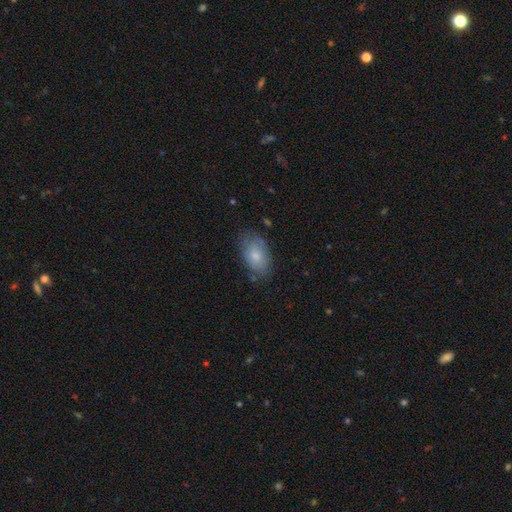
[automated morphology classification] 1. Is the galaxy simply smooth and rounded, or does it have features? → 75% smooth, 18% featured or disk, 7% star or artifact.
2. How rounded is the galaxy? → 92% in between, 7% round, 2% cigar-shaped.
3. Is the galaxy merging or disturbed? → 71% none, 21% minor disturbance, 6% major disturbance, 2% merger.